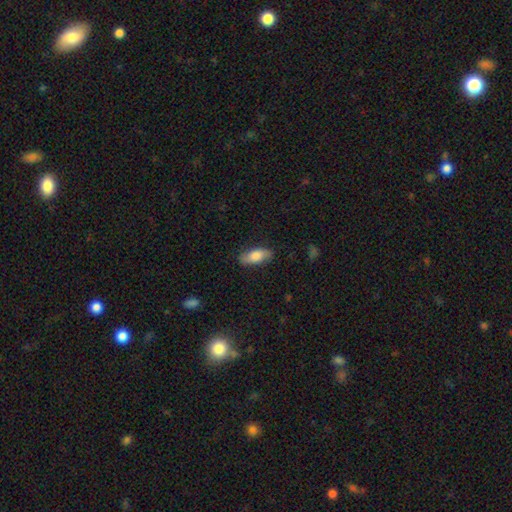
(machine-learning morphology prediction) A smooth galaxy with no disk features (79%) that is in between round and cigar-shaped (83%).

Vote fractions:
- Smooth or featured? smooth: 79% / featured or disk: 15% / star or artifact: 6%
- How rounded? in between: 83% / cigar-shaped: 15% / round: 3%
- Merging? none: 81% / minor disturbance: 15% / major disturbance: 3% / merger: 1%